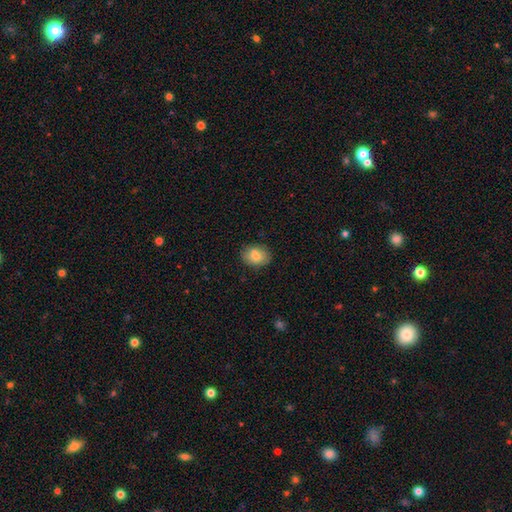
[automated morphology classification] The model was most divided on "how rounded": in between: 63%, round: 36%, cigar-shaped: 1%. More confident: merging — none (83%); smooth or featured — smooth (80%).